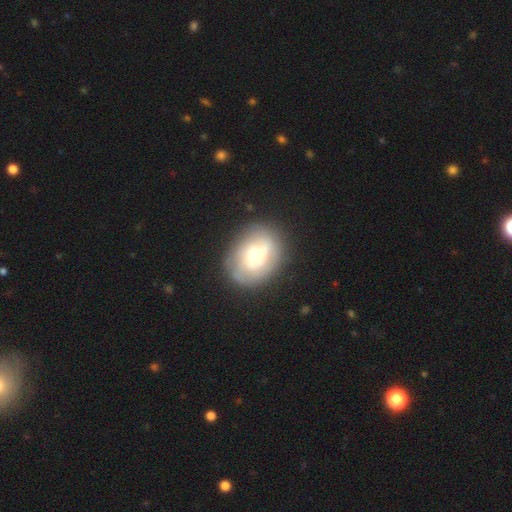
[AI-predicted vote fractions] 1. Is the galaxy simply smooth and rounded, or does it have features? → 47% featured or disk, 44% smooth, 9% star or artifact.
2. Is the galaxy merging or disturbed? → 69% none, 19% minor disturbance, 10% major disturbance, 2% merger.